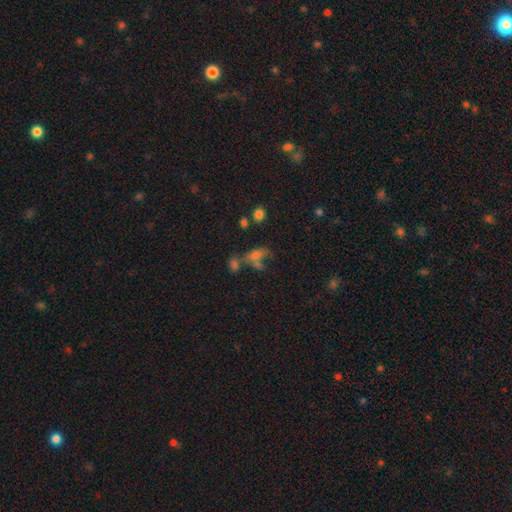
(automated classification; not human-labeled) Smooth or featured? smooth (58%)
How rounded? in between (74%)
Merging? merger (37%)